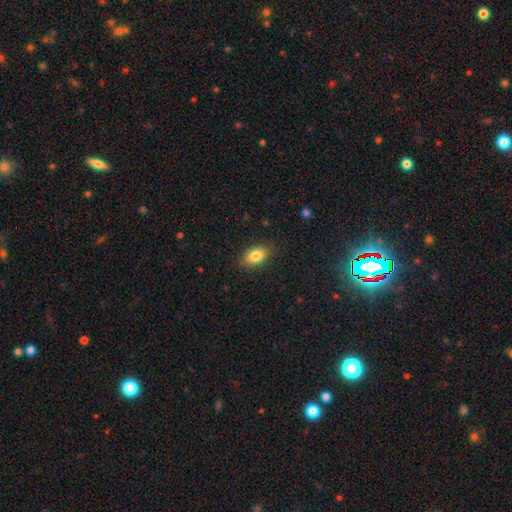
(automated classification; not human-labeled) Q: Smooth or featured?
A: smooth (84%); runner-up: featured or disk (8%)
Q: How rounded?
A: in between (89%); runner-up: round (9%)
Q: Merging?
A: none (86%); runner-up: minor disturbance (10%)